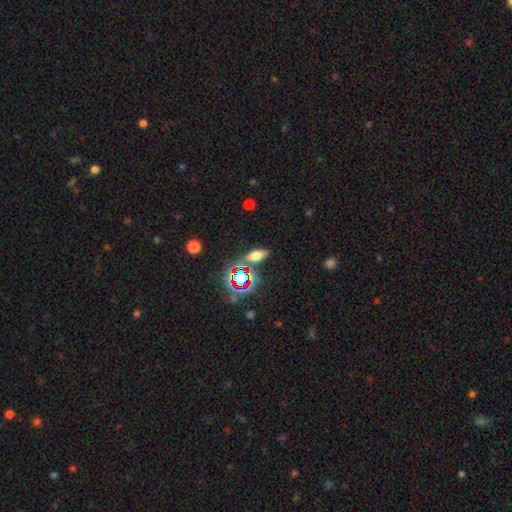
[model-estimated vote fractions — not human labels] The model was most divided on "smooth or featured": smooth: 57%, star or artifact: 26%, featured or disk: 17%. More confident: merging — none (74%); how rounded — in between (73%).